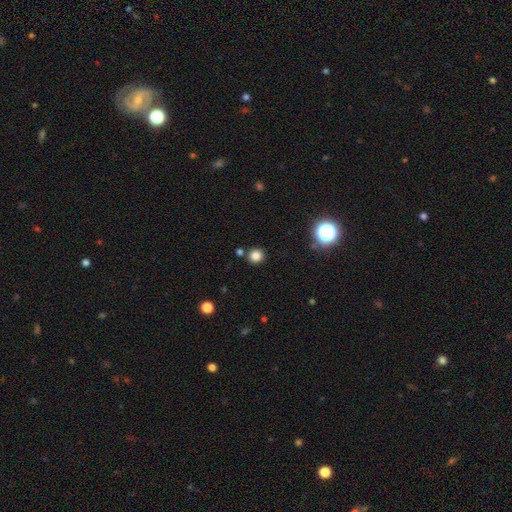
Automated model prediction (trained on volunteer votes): This is clearly a smooth galaxy (81%). How rounded: clearly round (92%). Merging: clearly none (86%).